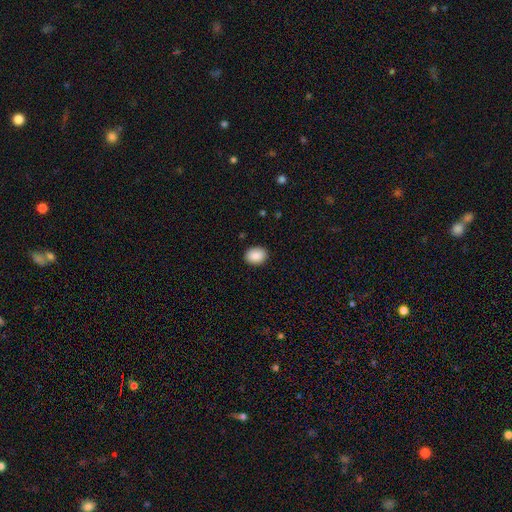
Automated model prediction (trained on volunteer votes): Smooth or featured? smooth (89%)
How rounded? in between (60%)
Merging? none (90%)